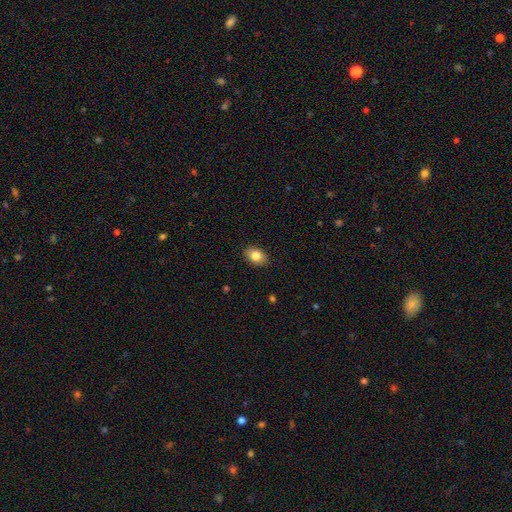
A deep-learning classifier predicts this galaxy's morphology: smooth_or_featured: smooth (p=0.83) [alt: featured or disk p=0.09]
how_rounded: in between (p=0.82) [alt: round p=0.17]
merging: none (p=0.88) [alt: minor disturbance p=0.09]